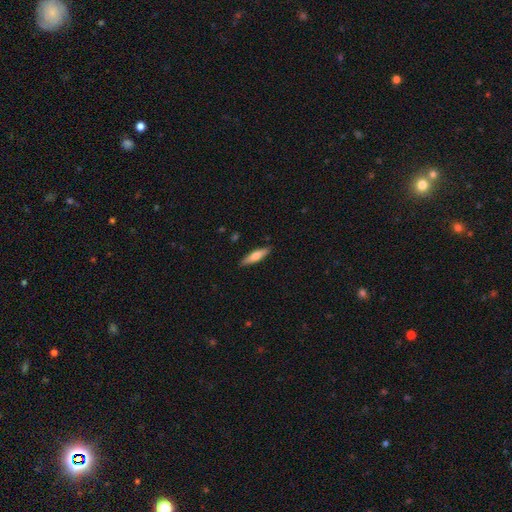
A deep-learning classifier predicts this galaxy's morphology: This appears to be a smooth galaxy with no disk features (69%) that is cigar-shaped (70%). Merging: none (87%).